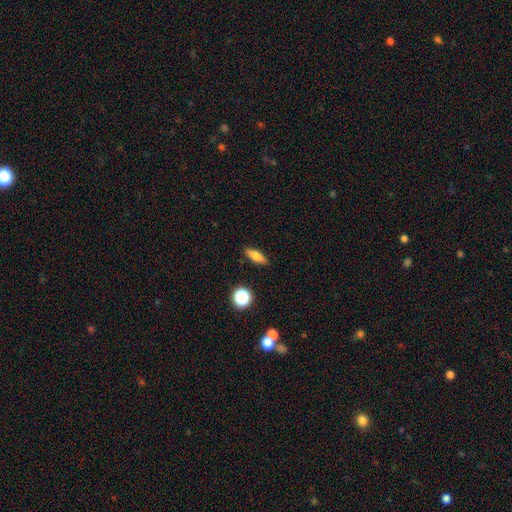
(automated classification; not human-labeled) smooth_or_featured: smooth (p=0.73) [alt: featured or disk p=0.18]
how_rounded: in between (p=0.57) [alt: cigar-shaped p=0.38]
merging: none (p=0.87) [alt: minor disturbance p=0.09]